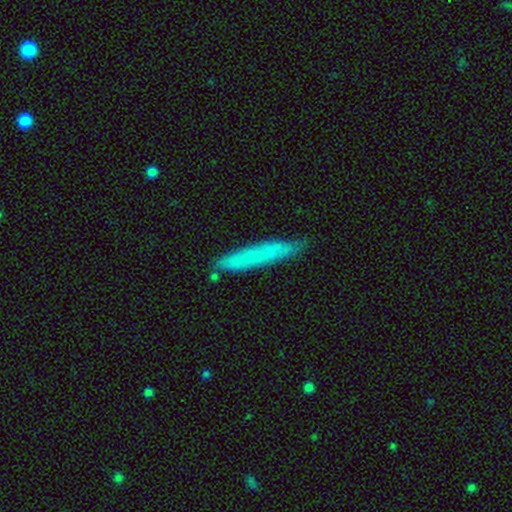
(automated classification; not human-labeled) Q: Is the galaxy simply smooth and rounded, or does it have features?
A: smooth — 64%.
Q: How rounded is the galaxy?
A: cigar-shaped — 93%.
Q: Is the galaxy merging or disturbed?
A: none — 81%.